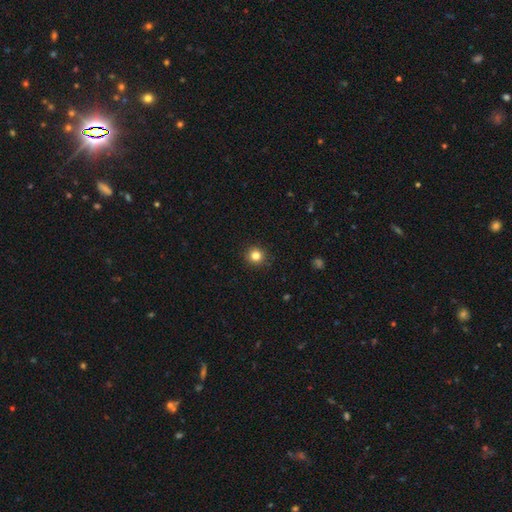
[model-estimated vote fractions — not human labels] Smooth or featured?
  - smooth: 83% *
  - star or artifact: 12%
  - featured or disk: 5%
How rounded?
  - round: 93% *
  - in between: 6%
  - cigar-shaped: 1%
Merging?
  - none: 92% *
  - minor disturbance: 6%
  - major disturbance: 2%
  - merger: 1%